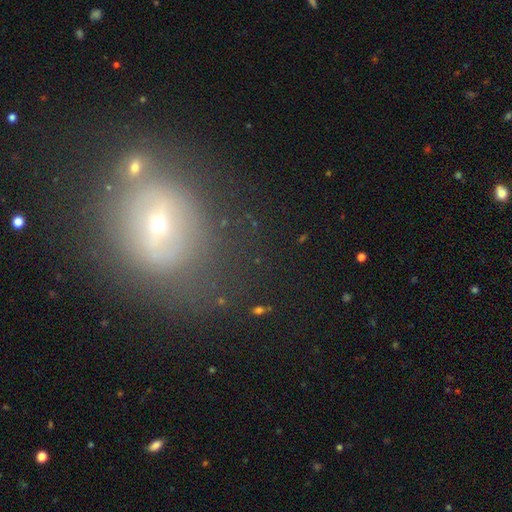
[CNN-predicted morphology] smooth_or_featured: featured or disk (p=0.39) [alt: smooth p=0.38]
merging: none (p=0.67) [alt: minor disturbance p=0.16]